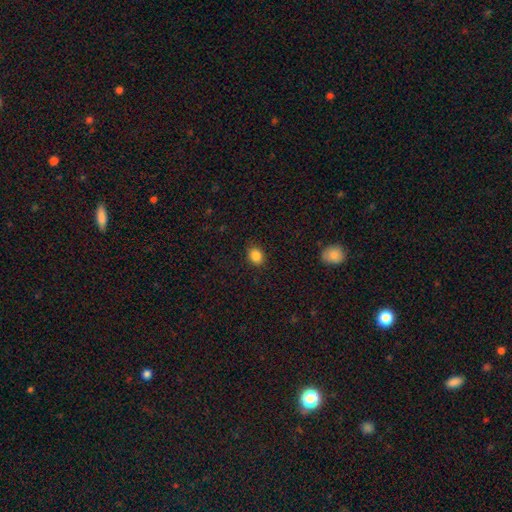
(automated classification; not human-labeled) smooth 86%, star or artifact 10%, featured or disk 4%. Down the decision tree: how rounded — round (61%); merging — none (88%).